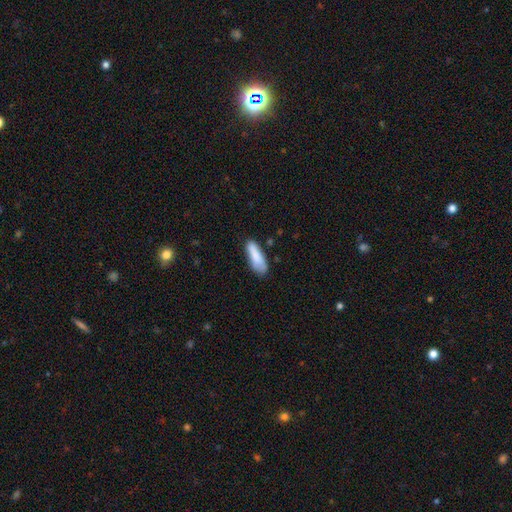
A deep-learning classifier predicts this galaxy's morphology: Smooth or featured: smooth — 83% (featured or disk — 11%)
How rounded: in between — 52% (cigar-shaped — 46%)
Merging: none — 66% (minor disturbance — 25%)